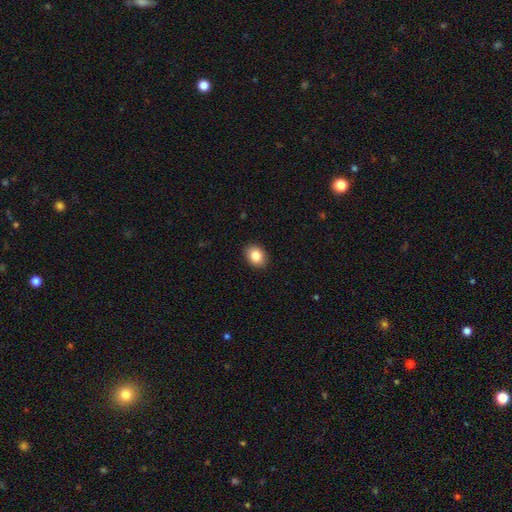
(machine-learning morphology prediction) Smooth or featured? Predicted: smooth (p=0.85). How rounded? Predicted: in between (p=0.68). Merging? Predicted: none (p=0.90).